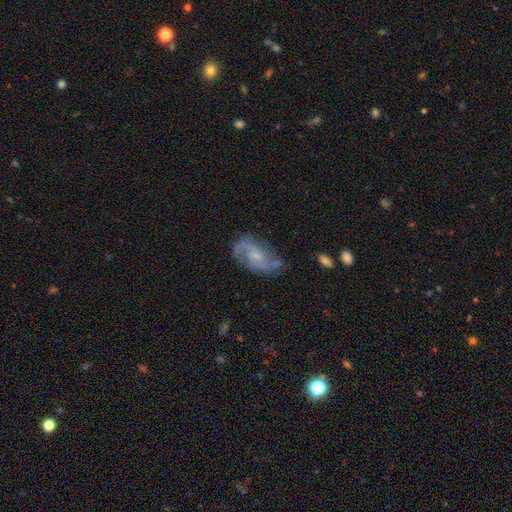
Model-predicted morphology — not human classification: Smooth or featured: featured or disk — 70% (smooth — 22%)
Edge-on disk: no — 95% (yes — 5%)
Bar: no — 59% (weak — 35%)
Spiral arms: yes — 87% (no — 13%)
Spiral winding: medium — 45% (loose — 33%)
Spiral arm count: 2 — 67% (can't tell — 17%)
Bulge size: small — 55% (moderate — 28%)
Merging: none — 63% (minor disturbance — 23%)